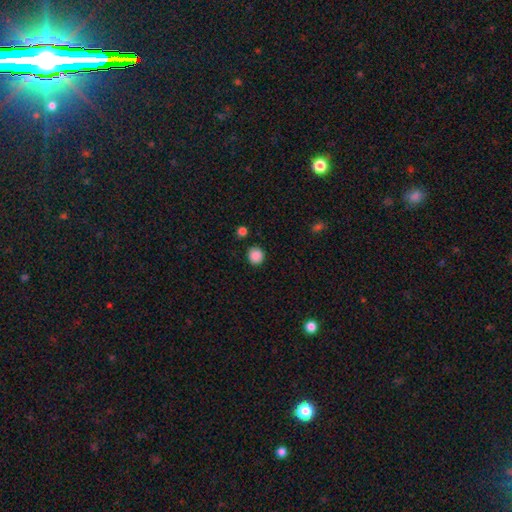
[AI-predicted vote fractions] Smooth or featured? Predicted: smooth (p=0.88). How rounded? Predicted: round (p=0.90). Merging? Predicted: none (p=0.88).